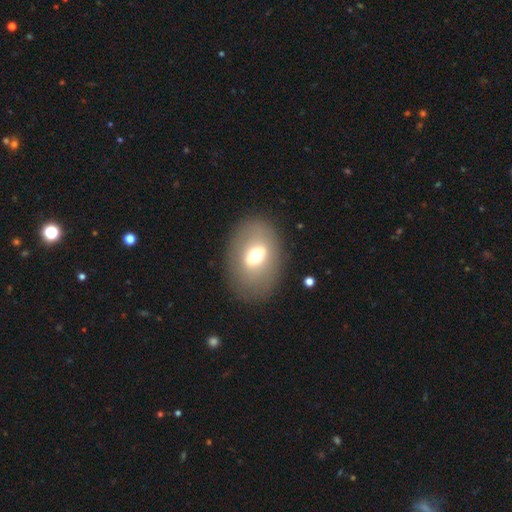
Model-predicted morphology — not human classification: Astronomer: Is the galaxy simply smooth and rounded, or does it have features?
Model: smooth — 53% (runner-up: featured or disk, 37%).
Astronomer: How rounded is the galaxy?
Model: in between — 76%.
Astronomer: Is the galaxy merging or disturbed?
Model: none — 81%.